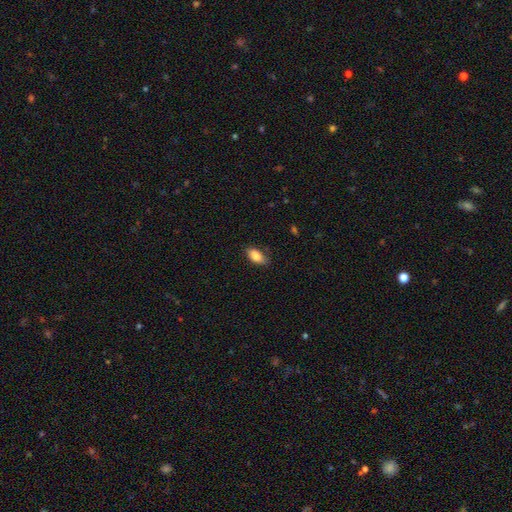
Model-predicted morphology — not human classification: This is clearly a smooth galaxy (86%). How rounded: clearly in between (91%). Merging: likely none (79%).